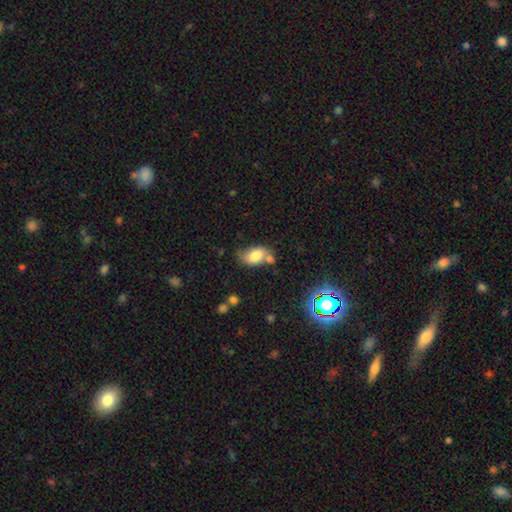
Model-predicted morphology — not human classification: This is likely a smooth galaxy (69%). How rounded: clearly in between (87%). Merging: marginally none (44%).